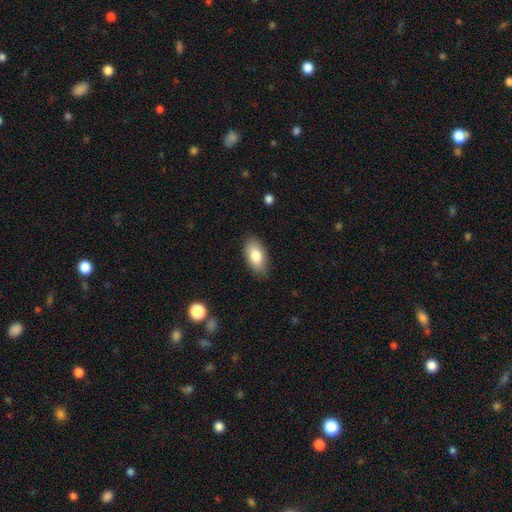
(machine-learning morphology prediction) type=smooth (82%); roundness=in between (93%); merging=none (85%).